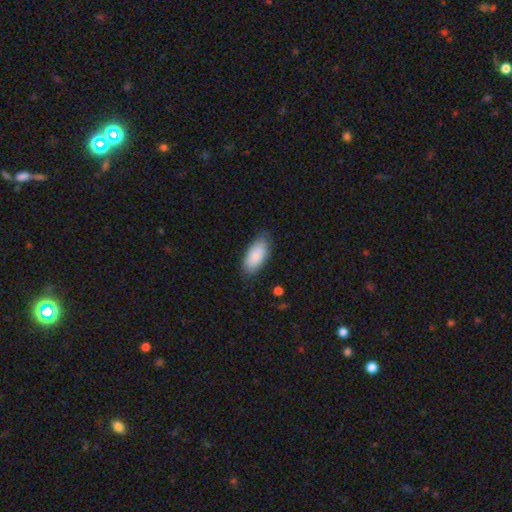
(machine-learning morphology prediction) A smooth galaxy with no disk features (85%) that is in between round and cigar-shaped (91%). Merging: none (77%).